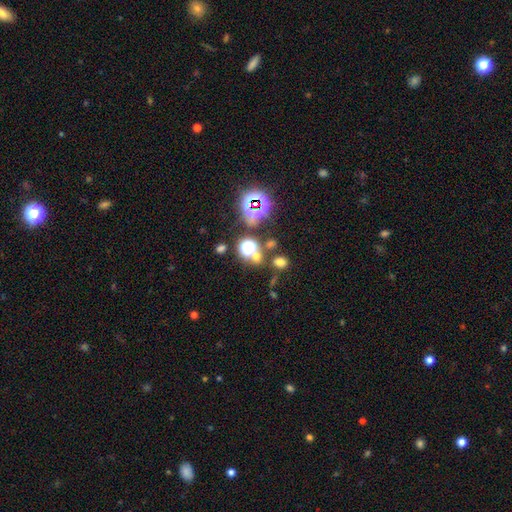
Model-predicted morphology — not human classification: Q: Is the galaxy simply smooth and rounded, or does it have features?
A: smooth — 50%.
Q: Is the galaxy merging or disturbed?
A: none — 68%.